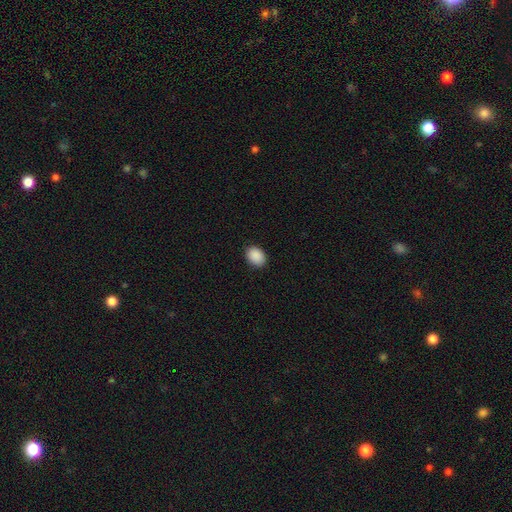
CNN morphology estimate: Smooth or featured: smooth — 90% (star or artifact — 7%)
How rounded: in between — 72% (round — 27%)
Merging: none — 89% (minor disturbance — 8%)